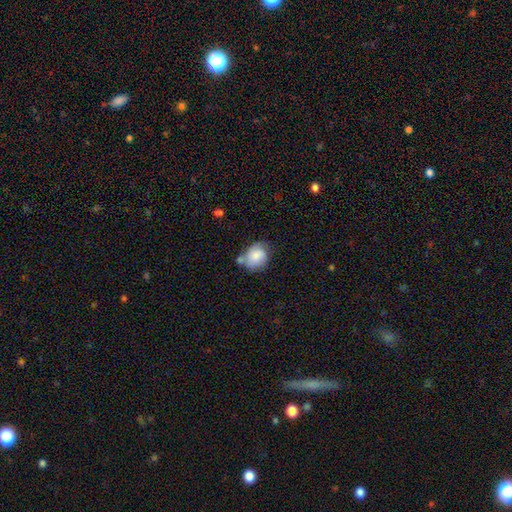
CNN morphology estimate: This is likely a smooth galaxy (73%). How rounded: possibly round (50%, tied with in between). Merging: marginally none (41%).